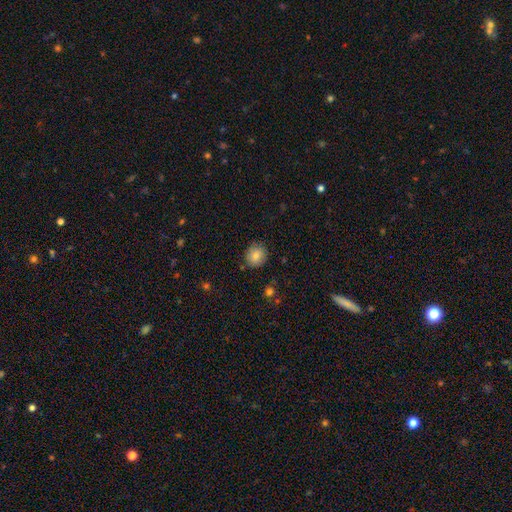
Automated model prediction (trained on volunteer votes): The model was most divided on "smooth or featured": smooth: 83%, star or artifact: 9%, featured or disk: 8%. More confident: how rounded — round (89%); merging — none (86%).